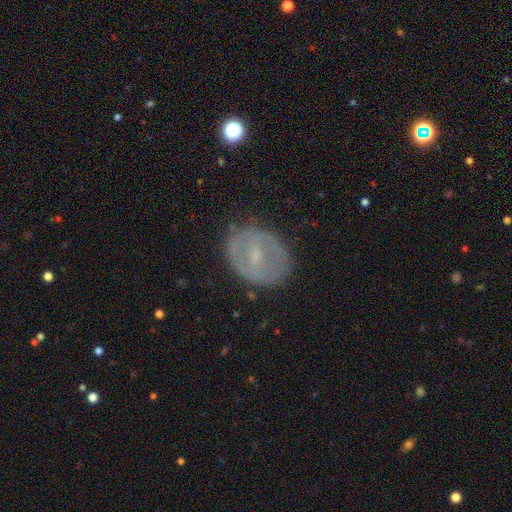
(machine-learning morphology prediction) Smooth or featured: featured or disk — 58% (smooth — 33%)
Edge-on disk: no — 95% (yes — 5%)
Bar: weak — 48% (no — 30%)
Spiral arms: no — 58% (yes — 42%)
Bulge size: small — 58% (moderate — 30%)
Merging: none — 79% (minor disturbance — 14%)